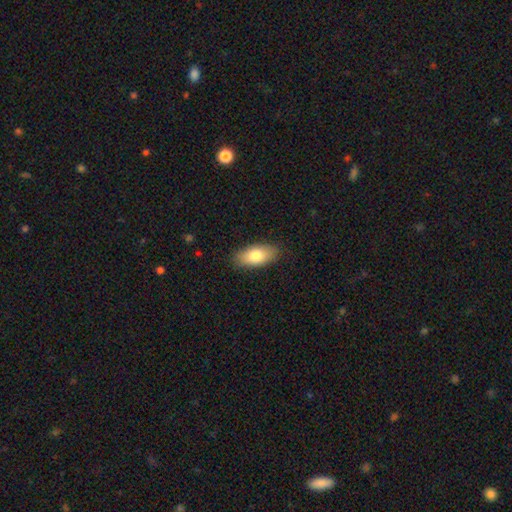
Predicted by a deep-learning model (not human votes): This appears to be a smooth galaxy with no disk features (79%) that is in between round and cigar-shaped (90%). Merging: none (86%).